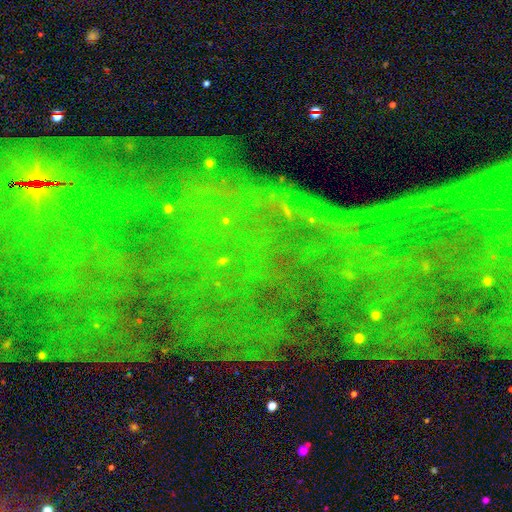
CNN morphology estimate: smooth_or_featured: star or artifact (p=0.79) [alt: featured or disk p=0.12]